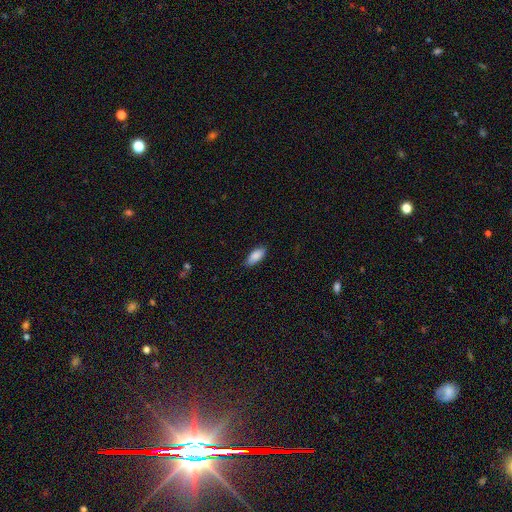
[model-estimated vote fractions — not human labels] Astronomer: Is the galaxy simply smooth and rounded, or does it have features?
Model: smooth — 88%.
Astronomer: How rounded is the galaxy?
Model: in between — 84%.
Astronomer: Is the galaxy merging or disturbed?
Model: none — 82%.